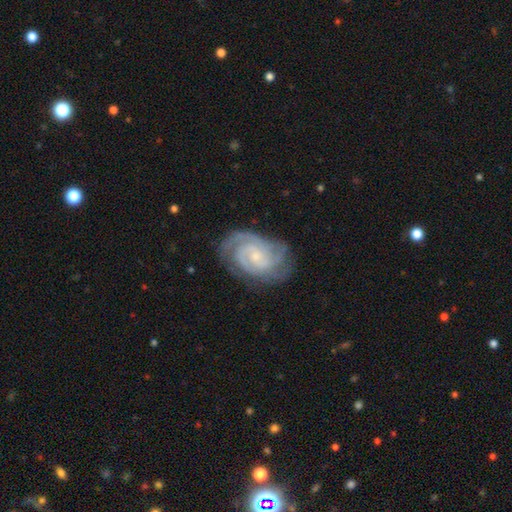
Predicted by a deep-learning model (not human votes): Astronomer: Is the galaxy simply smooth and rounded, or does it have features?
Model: featured or disk — 89%.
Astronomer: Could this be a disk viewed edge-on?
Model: no — 97%.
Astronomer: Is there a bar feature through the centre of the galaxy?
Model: no — 58% (runner-up: weak, 35%).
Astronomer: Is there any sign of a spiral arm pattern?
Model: yes — 98%.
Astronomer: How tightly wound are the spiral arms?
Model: tight — 69%.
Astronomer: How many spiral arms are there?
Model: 2 — 37% (runner-up: 3, 29%).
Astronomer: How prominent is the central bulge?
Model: small — 71%.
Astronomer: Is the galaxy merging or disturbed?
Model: none — 77%.